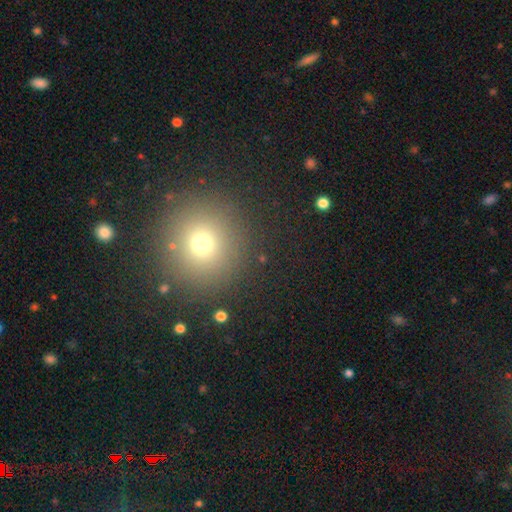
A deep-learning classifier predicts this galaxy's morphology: Q: Smooth or featured?
A: smooth (66%); runner-up: star or artifact (25%)
Q: How rounded?
A: round (94%); runner-up: in between (5%)
Q: Merging?
A: none (90%); runner-up: minor disturbance (6%)